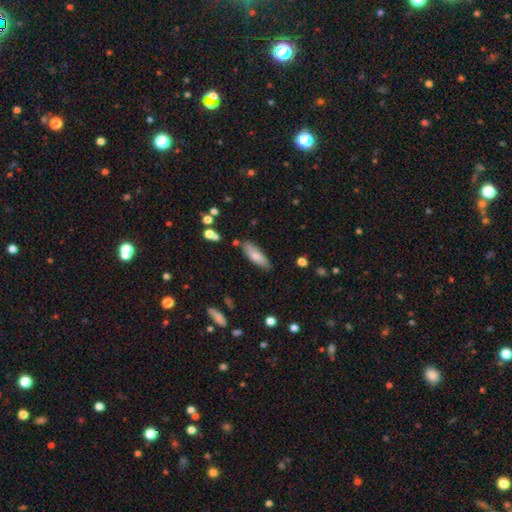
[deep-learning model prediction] This is likely a smooth galaxy (75%). How rounded: possibly in between (54%). Merging: clearly none (81%).